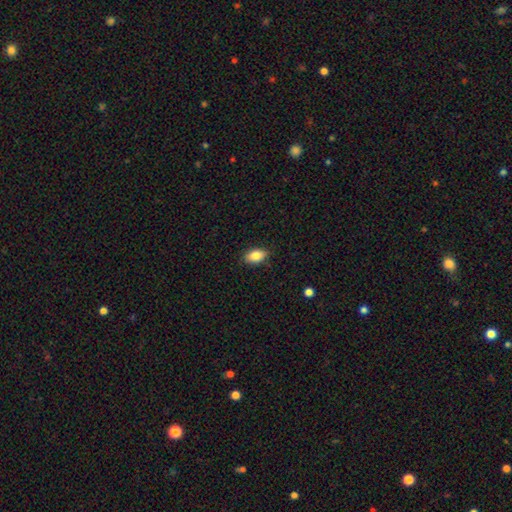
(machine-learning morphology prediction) type=smooth (84%); roundness=in between (90%); merging=none (87%).